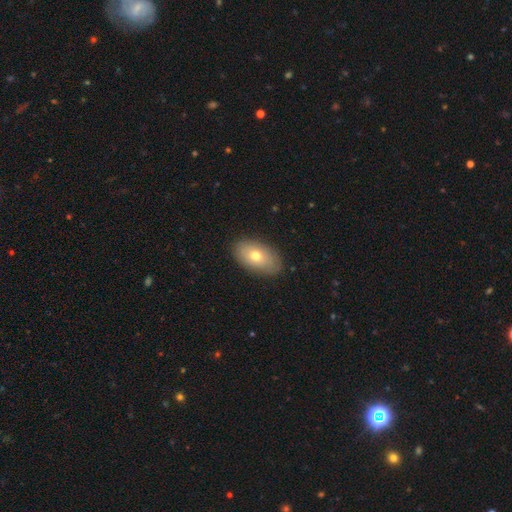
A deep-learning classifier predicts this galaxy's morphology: A smooth galaxy with no disk features (70%) that is in between round and cigar-shaped (91%).

Vote fractions:
- Smooth or featured? smooth: 70% / featured or disk: 22% / star or artifact: 8%
- How rounded? in between: 91% / round: 7% / cigar-shaped: 2%
- Merging? none: 87% / minor disturbance: 10% / major disturbance: 2% / merger: 1%